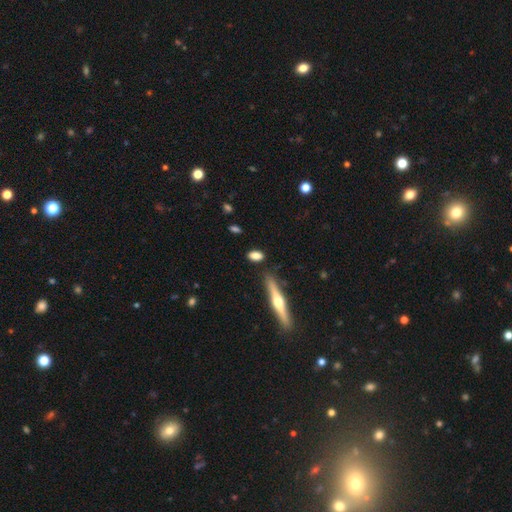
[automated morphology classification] Q: Smooth or featured?
A: smooth (77%); runner-up: featured or disk (16%)
Q: How rounded?
A: in between (74%); runner-up: cigar-shaped (18%)
Q: Merging?
A: none (80%); runner-up: minor disturbance (13%)